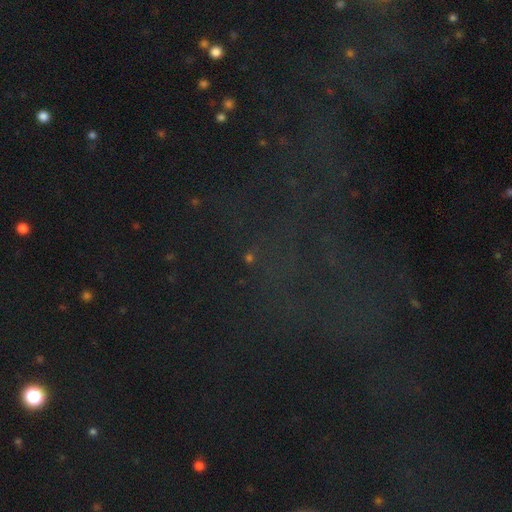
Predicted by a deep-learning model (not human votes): Overall: star or artifact (74%).